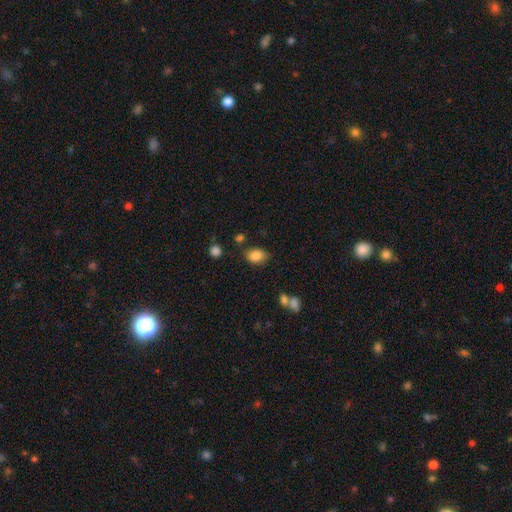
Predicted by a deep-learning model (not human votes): Smooth or featured? smooth (85%)
How rounded? in between (76%)
Merging? none (74%)